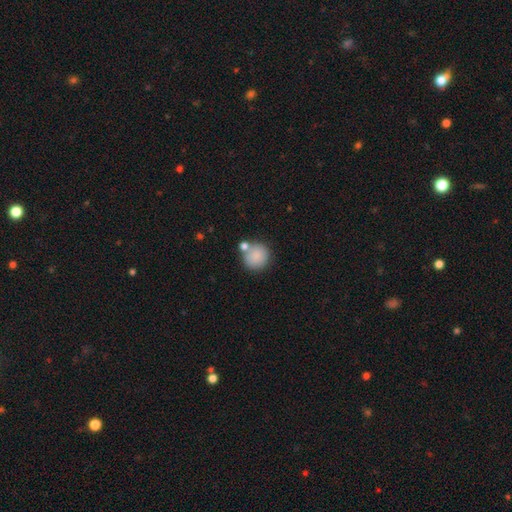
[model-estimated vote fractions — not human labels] Smooth or featured?
  - smooth: 85% *
  - star or artifact: 8%
  - featured or disk: 7%
How rounded?
  - round: 90% *
  - in between: 9%
  - cigar-shaped: 1%
Merging?
  - none: 65% *
  - merger: 19%
  - minor disturbance: 12%
  - major disturbance: 4%